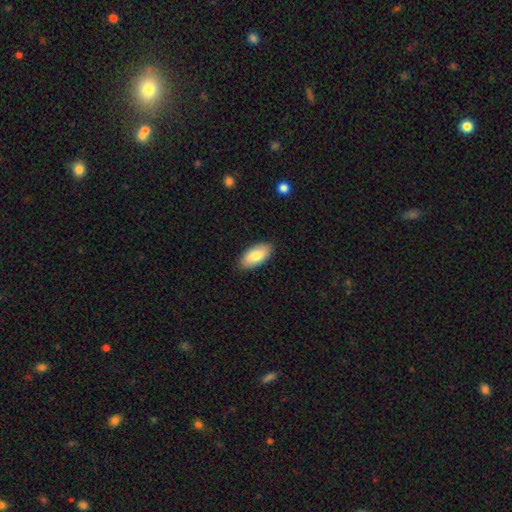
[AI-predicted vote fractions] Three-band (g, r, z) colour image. It shows a smooth galaxy with no disk features (81%) that is in between round and cigar-shaped (93%). Merging: none (89%).